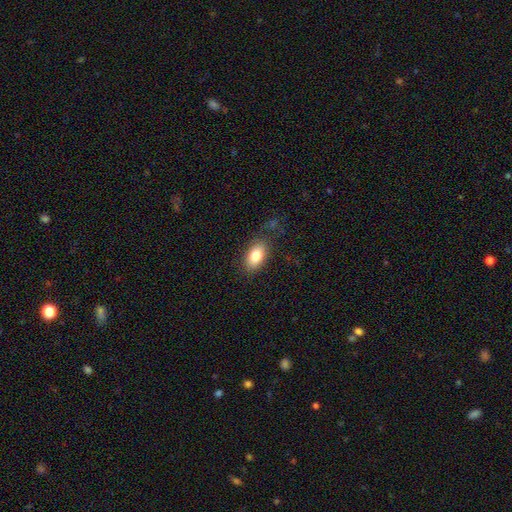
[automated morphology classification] A smooth galaxy with no disk features (82%) that is in between round and cigar-shaped (91%). Merging: none (78%).